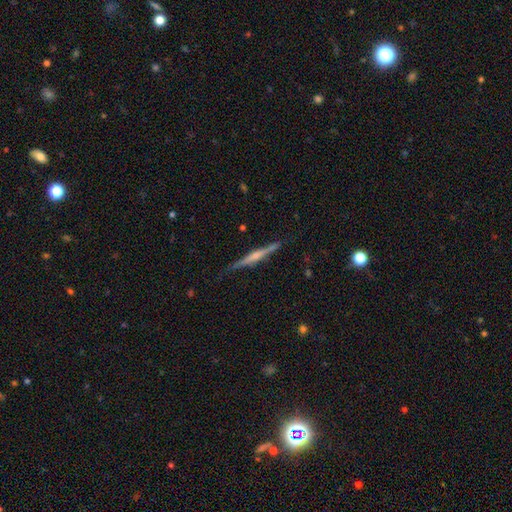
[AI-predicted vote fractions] Smooth or featured? featured or disk (70%)
Edge-on disk? yes (98%)
Edge-on bulge? rounded (55%)
Merging? none (85%)